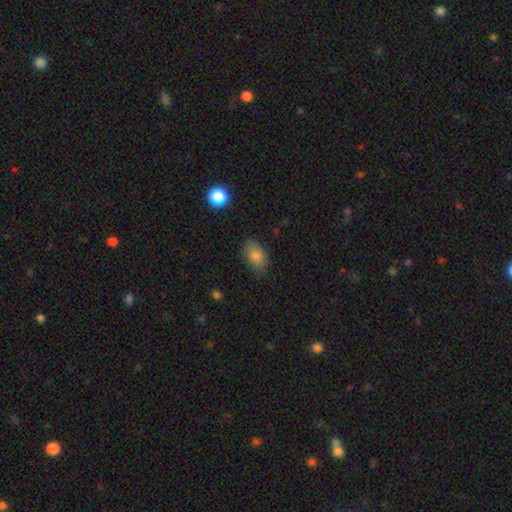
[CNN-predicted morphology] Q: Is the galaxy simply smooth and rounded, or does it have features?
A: smooth — 82%.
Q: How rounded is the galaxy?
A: in between — 86%.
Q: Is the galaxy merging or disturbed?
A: none — 77%.